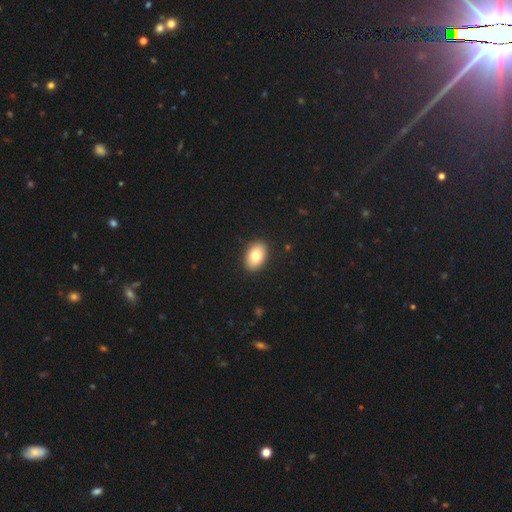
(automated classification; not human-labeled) smooth_or_featured: smooth (p=0.80) [alt: featured or disk p=0.13]
how_rounded: in between (p=0.89) [alt: round p=0.10]
merging: none (p=0.90) [alt: minor disturbance p=0.07]